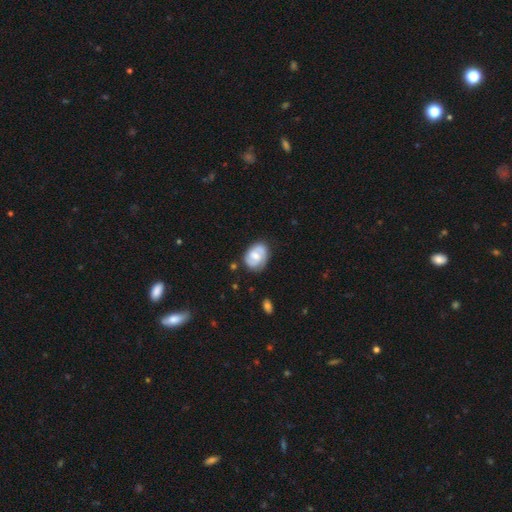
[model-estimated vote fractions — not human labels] Q: Smooth or featured?
A: featured or disk (55%); runner-up: smooth (39%)
Q: Edge-on disk?
A: no (97%); runner-up: yes (3%)
Q: Bar?
A: no (51%); runner-up: weak (40%)
Q: Spiral arms?
A: yes (84%); runner-up: no (16%)
Q: Bulge size?
A: moderate (52%); runner-up: small (34%)
Q: Merging?
A: none (69%); runner-up: minor disturbance (23%)